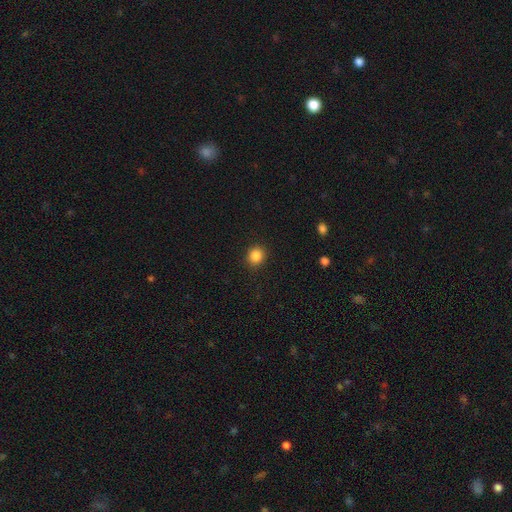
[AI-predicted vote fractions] This appears to be a smooth galaxy with no disk features (86%) that is round (84%). Merging: none (90%).